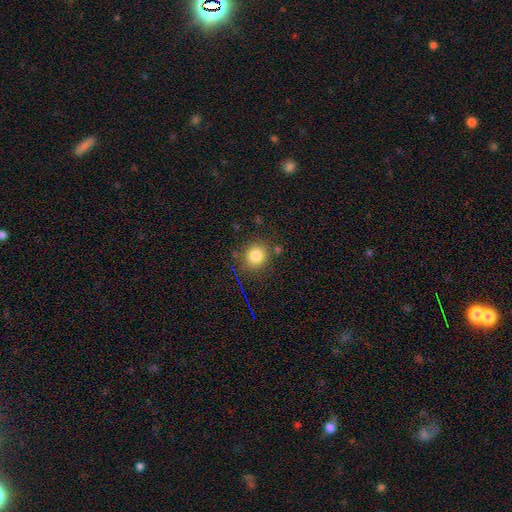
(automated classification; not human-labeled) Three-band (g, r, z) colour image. It shows a smooth galaxy with no disk features (81%) that is round (82%). Merging: none (81%).